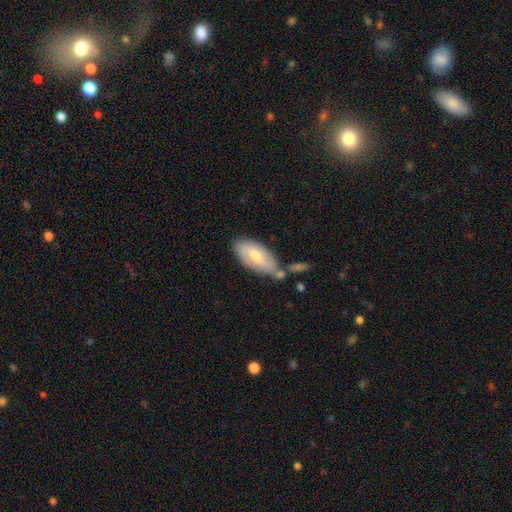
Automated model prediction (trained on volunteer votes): A smooth galaxy with no disk features (55%) that is in between round and cigar-shaped (88%). Merging: none (52%).